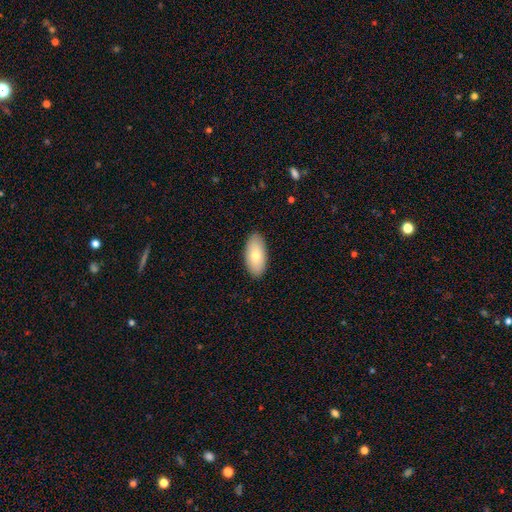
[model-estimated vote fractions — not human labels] A smooth galaxy with no disk features (75%) that is in between round and cigar-shaped (94%).

Vote fractions:
- Smooth or featured? smooth: 75% / featured or disk: 19% / star or artifact: 6%
- How rounded? in between: 94% / cigar-shaped: 4% / round: 2%
- Merging? none: 89% / minor disturbance: 8% / major disturbance: 2% / merger: 1%